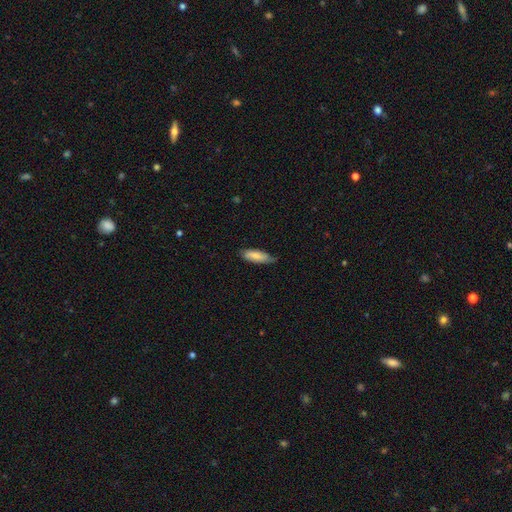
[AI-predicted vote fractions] Smooth or featured: smooth — 78% (featured or disk — 16%)
How rounded: in between — 58% (cigar-shaped — 40%)
Merging: none — 61% (minor disturbance — 33%)